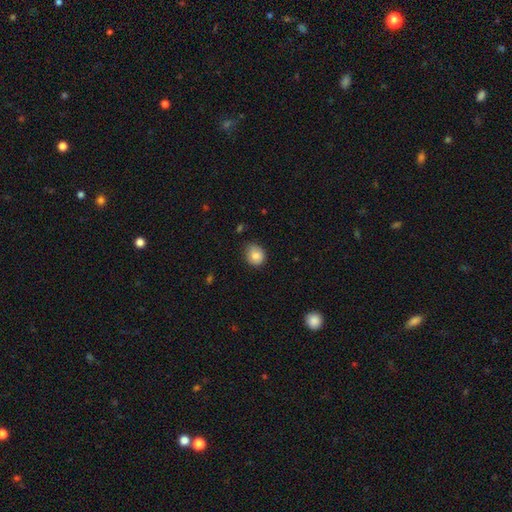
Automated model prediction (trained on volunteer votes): Overall: smooth (82%). How rounded: round (73%). Merging: none (75%).